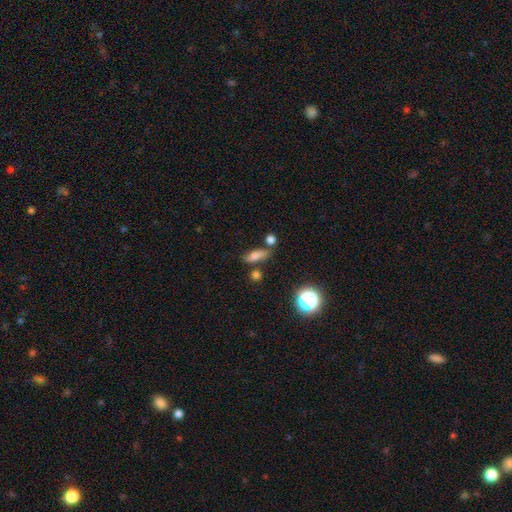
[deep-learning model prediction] Smooth or featured? Predicted: smooth (p=0.73). How rounded? Predicted: in between (p=0.57). Merging? Predicted: none (p=0.64).